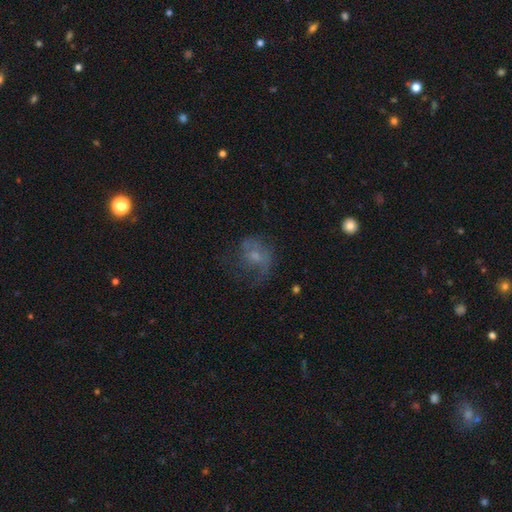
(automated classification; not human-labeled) Morphology: type=featured or disk (46%); merging=none (39%).